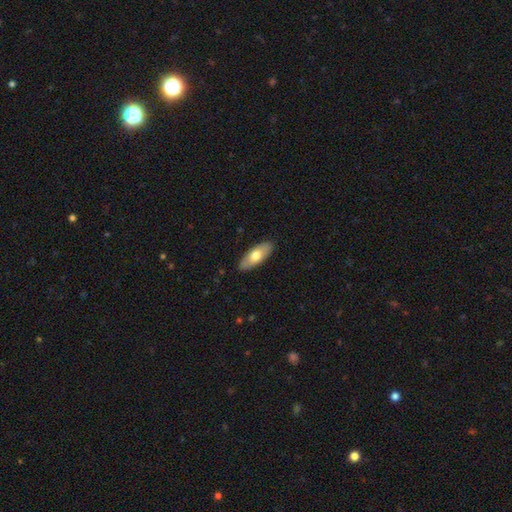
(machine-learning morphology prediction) smooth_or_featured: smooth (p=0.67) [alt: featured or disk p=0.28]
how_rounded: in between (p=0.81) [alt: cigar-shaped p=0.17]
merging: none (p=0.89) [alt: minor disturbance p=0.09]